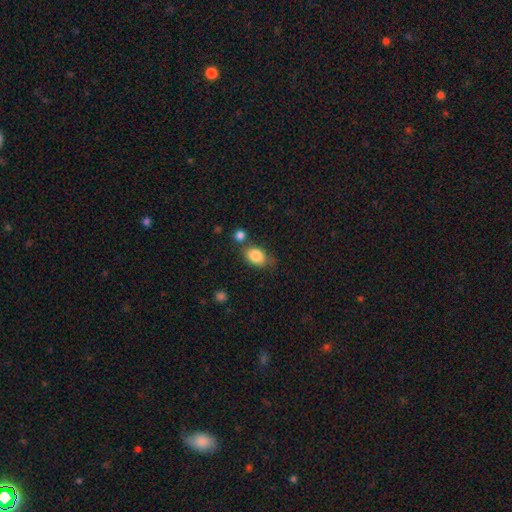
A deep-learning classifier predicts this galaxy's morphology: The model was most divided on "merging": none: 62%, minor disturbance: 19%, merger: 14%, major disturbance: 5%. More confident: smooth or featured — smooth (85%); how rounded — in between (75%).